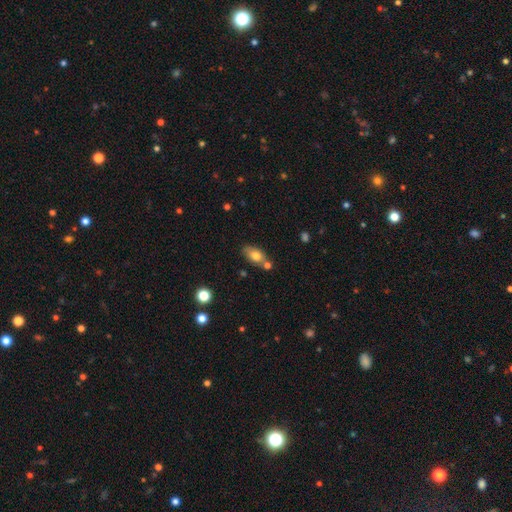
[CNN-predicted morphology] Smooth or featured? smooth (76%)
How rounded? in between (86%)
Merging? none (63%)